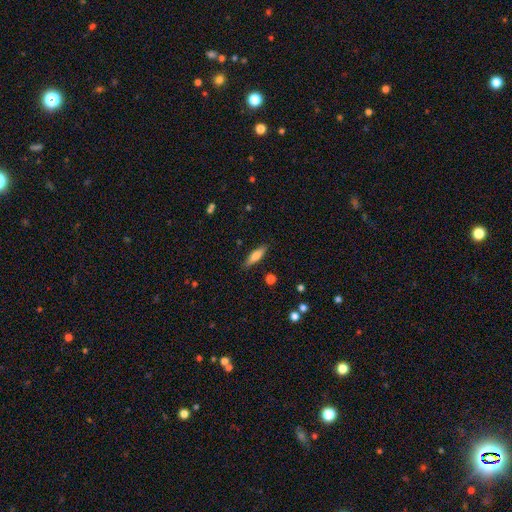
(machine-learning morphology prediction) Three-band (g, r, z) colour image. It shows a smooth galaxy with no disk features (69%) that is cigar-shaped (58%). Merging: none (86%).